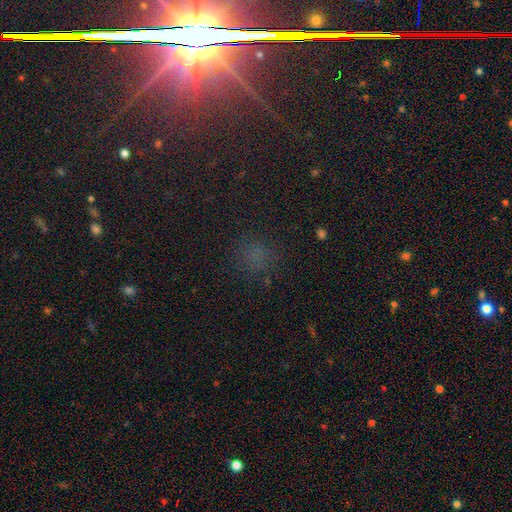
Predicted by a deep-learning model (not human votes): Morphology: type=smooth (58%); roundness=round (84%); merging=none (81%).